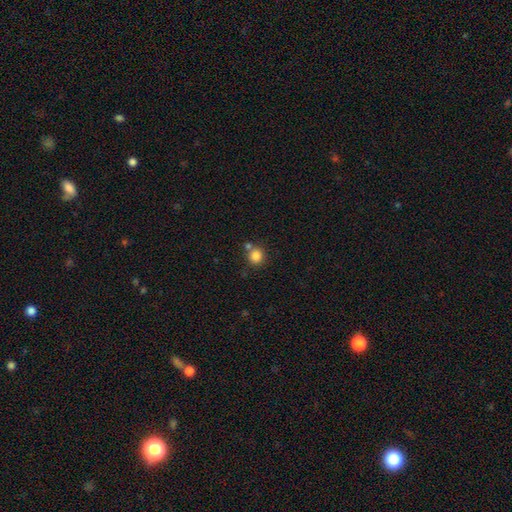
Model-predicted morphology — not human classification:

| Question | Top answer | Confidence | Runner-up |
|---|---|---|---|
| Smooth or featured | smooth | 84% | star or artifact (11%) |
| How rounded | round | 88% | in between (11%) |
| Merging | none | 67% | merger (20%) |